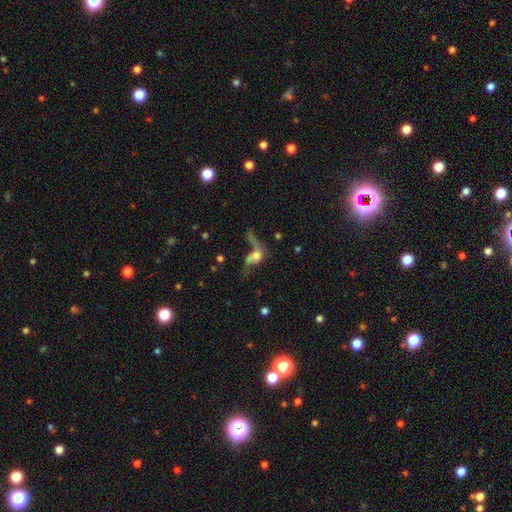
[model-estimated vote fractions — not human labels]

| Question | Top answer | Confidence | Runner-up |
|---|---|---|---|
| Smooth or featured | smooth | 47% | featured or disk (38%) |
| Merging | major disturbance | 36% | merger (33%) |